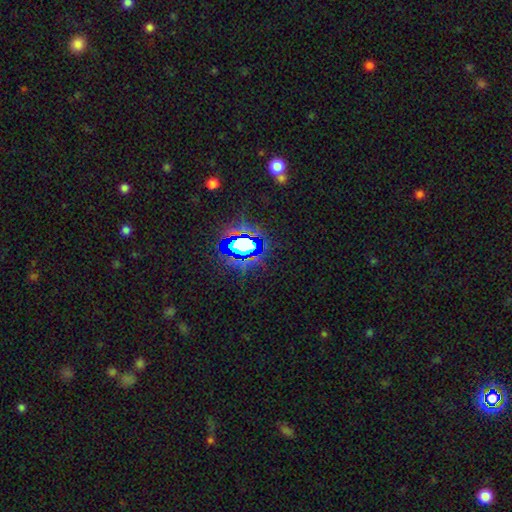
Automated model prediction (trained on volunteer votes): Q: Smooth or featured?
A: star or artifact (70%); runner-up: smooth (21%)